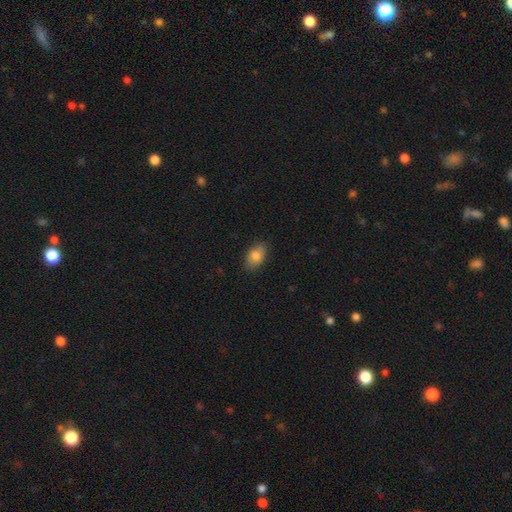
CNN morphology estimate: A smooth galaxy with no disk features (83%) that is in between round and cigar-shaped (89%).

Vote fractions:
- Smooth or featured? smooth: 83% / featured or disk: 9% / star or artifact: 8%
- How rounded? in between: 89% / round: 9% / cigar-shaped: 2%
- Merging? none: 84% / minor disturbance: 13% / major disturbance: 3% / merger: 1%